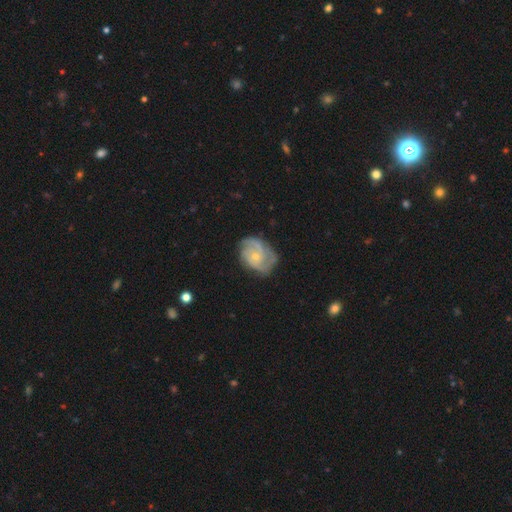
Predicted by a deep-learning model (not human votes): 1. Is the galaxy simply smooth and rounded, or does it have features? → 84% featured or disk, 11% smooth, 5% star or artifact.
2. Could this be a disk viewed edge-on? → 98% no, 2% yes.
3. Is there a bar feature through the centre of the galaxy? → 73% no, 24% weak, 4% strong.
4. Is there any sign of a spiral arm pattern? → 96% yes, 4% no.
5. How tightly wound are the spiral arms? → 49% tight, 42% medium, 10% loose.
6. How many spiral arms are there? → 36% 3, 34% 2, 15% can't tell, 6% 4, 5% 1, 4% more than 4.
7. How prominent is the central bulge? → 65% small, 31% moderate, 2% none, 1% large, 1% dominant.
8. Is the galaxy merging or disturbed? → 68% none, 22% minor disturbance, 8% major disturbance, 1% merger.